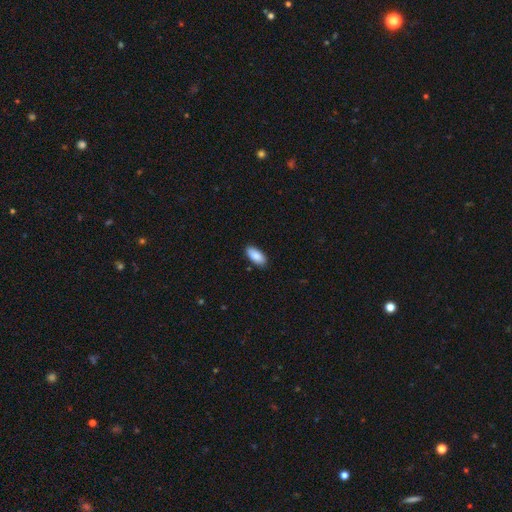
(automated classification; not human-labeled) smooth-or-featured: smooth: 89% | star or artifact: 6% | featured or disk: 5%
  how-rounded: in between: 92% | cigar-shaped: 7% | round: 2%
  merging: none: 87% | minor disturbance: 10% | major disturbance: 2% | merger: 1%